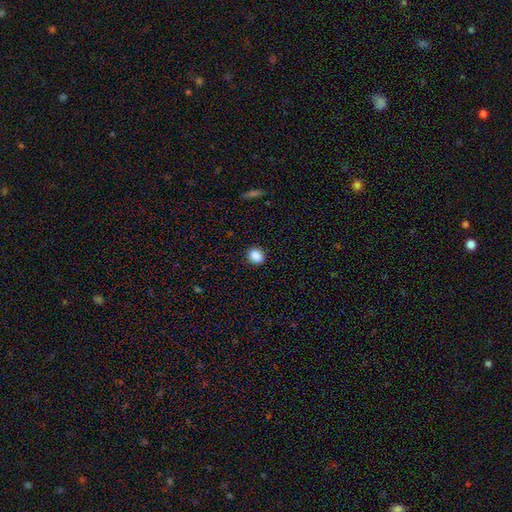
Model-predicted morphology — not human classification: Smooth or featured: smooth — 88% (star or artifact — 9%)
How rounded: round — 60% (in between — 39%)
Merging: none — 89% (minor disturbance — 8%)